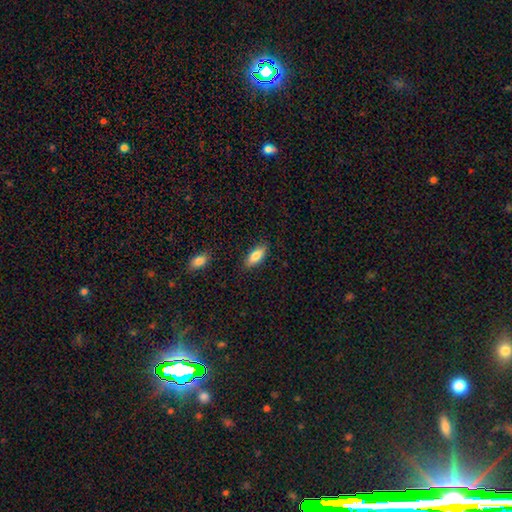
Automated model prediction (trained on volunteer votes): Q: Smooth or featured?
A: smooth (80%); runner-up: featured or disk (14%)
Q: How rounded?
A: in between (77%); runner-up: cigar-shaped (20%)
Q: Merging?
A: none (85%); runner-up: minor disturbance (11%)